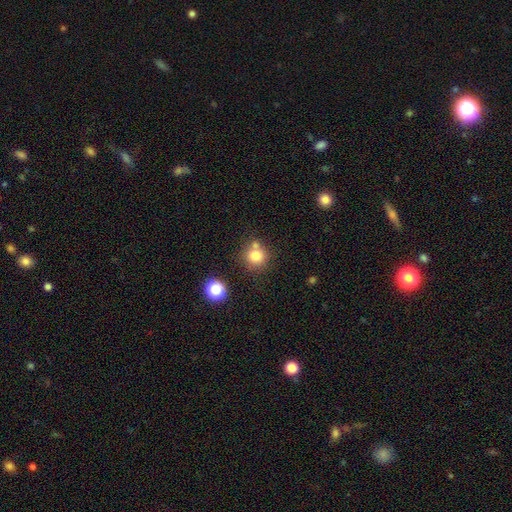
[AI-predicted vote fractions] Overall: smooth (78%). How rounded: round (90%). Merging: none (65%).